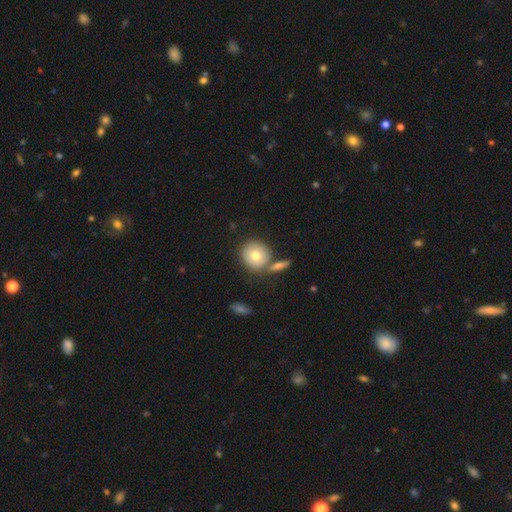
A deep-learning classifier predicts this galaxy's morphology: smooth_or_featured: smooth (p=0.73) [alt: featured or disk p=0.19]
how_rounded: round (p=0.88) [alt: in between p=0.11]
merging: none (p=0.67) [alt: merger p=0.19]